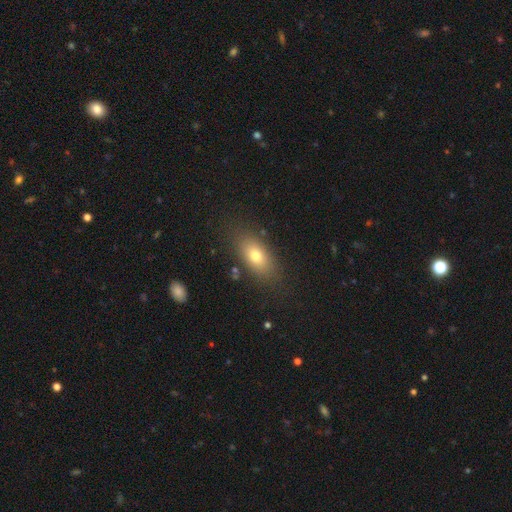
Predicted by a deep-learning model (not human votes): smooth-or-featured: smooth: 74% | featured or disk: 16% | star or artifact: 10%
  how-rounded: in between: 84% | round: 8% | cigar-shaped: 8%
  merging: none: 82% | minor disturbance: 11% | major disturbance: 4% | merger: 2%